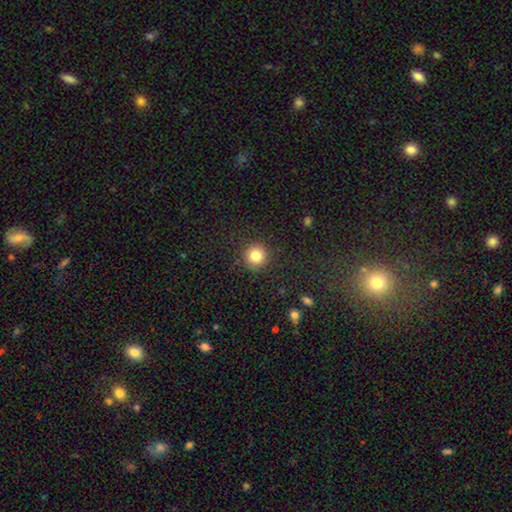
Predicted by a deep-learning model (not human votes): A smooth galaxy with no disk features (83%) that is round (94%).

Vote fractions:
- Smooth or featured? smooth: 83% / star or artifact: 11% / featured or disk: 6%
- How rounded? round: 94% / in between: 5% / cigar-shaped: 1%
- Merging? none: 89% / minor disturbance: 7% / major disturbance: 3% / merger: 1%